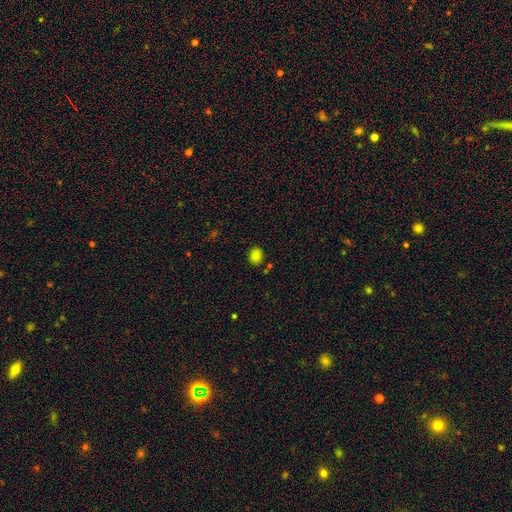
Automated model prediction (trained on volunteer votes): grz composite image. It shows a smooth galaxy with no disk features (83%) that is in between round and cigar-shaped (50%). Merging: none (82%).